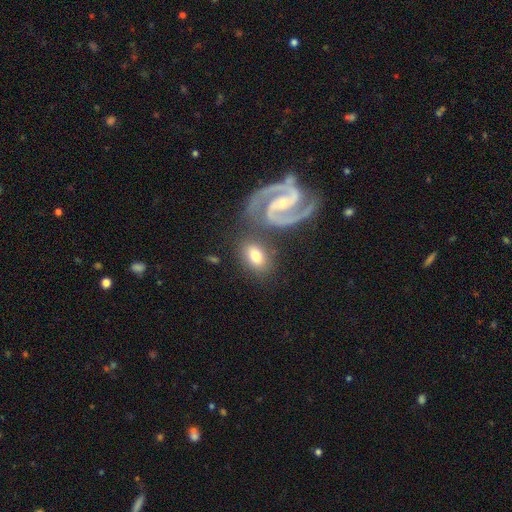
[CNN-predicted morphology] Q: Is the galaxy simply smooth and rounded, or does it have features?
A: smooth — 62%.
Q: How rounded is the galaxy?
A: in between — 81%.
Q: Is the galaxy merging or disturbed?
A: none — 66%.